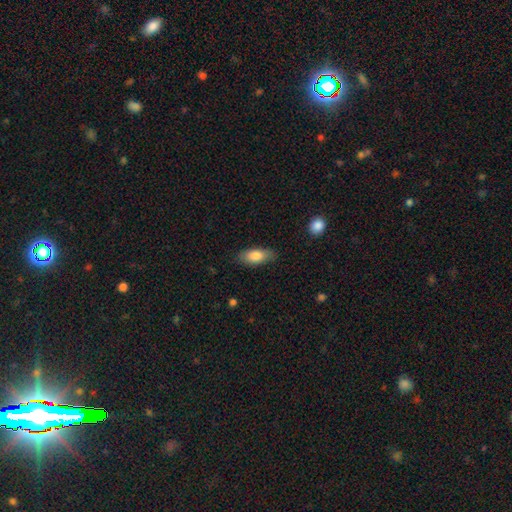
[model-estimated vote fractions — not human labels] smooth 81%, featured or disk 12%, star or artifact 6%. Down the decision tree: how rounded — in between (82%); merging — none (82%).